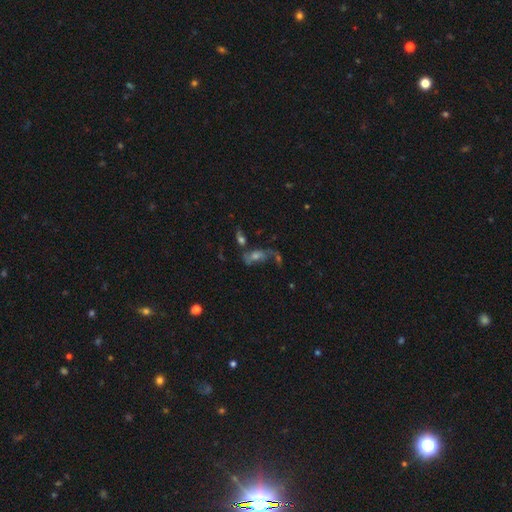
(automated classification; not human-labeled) Smooth or featured? Predicted: featured or disk (p=0.48). Merging? Predicted: merger (p=0.32).